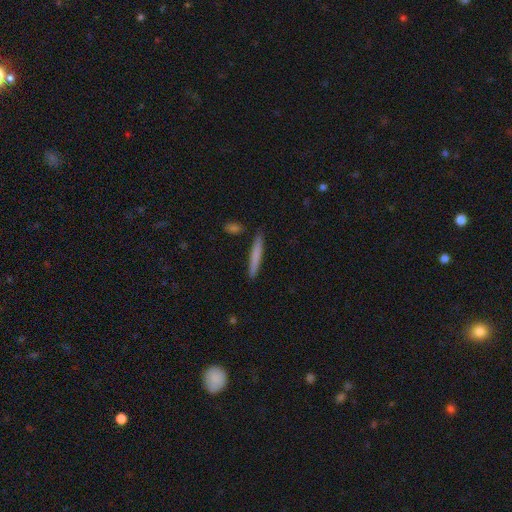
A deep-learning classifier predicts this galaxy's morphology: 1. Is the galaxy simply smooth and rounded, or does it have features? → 73% smooth, 21% featured or disk, 5% star or artifact.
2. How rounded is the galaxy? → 95% cigar-shaped, 3% in between, 1% round.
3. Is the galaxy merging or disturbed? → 88% none, 8% minor disturbance, 2% merger, 2% major disturbance.